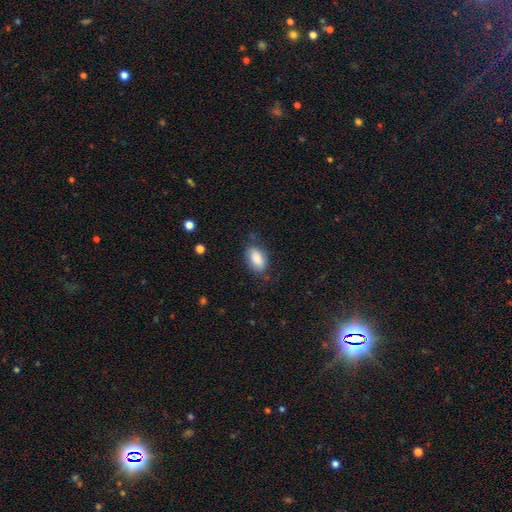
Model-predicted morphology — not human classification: Smooth or featured: smooth — 86% (star or artifact — 7%)
How rounded: in between — 91% (round — 7%)
Merging: none — 75% (minor disturbance — 18%)